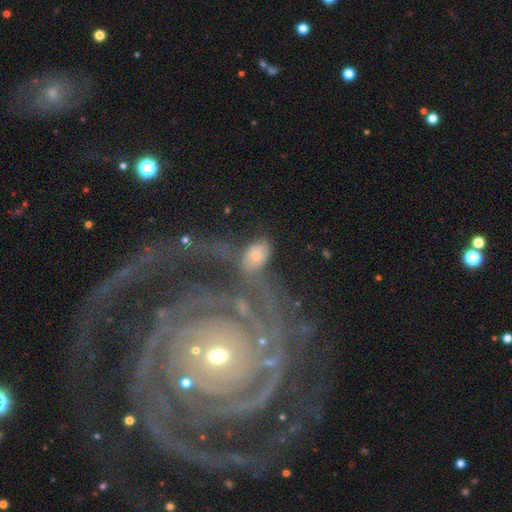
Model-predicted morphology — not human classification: Smooth or featured?
  - featured or disk: 58% *
  - smooth: 30%
  - star or artifact: 12%
Edge-on disk?
  - no: 93% *
  - yes: 7%
Bar?
  - no: 65% *
  - weak: 23%
  - strong: 12%
Spiral arms?
  - yes: 81% *
  - no: 19%
Bulge size?
  - small: 46% *
  - moderate: 42%
  - large: 6%
  - none: 4%
  - dominant: 2%
Merging?
  - none: 37% *
  - merger: 26%
  - major disturbance: 19%
  - minor disturbance: 18%